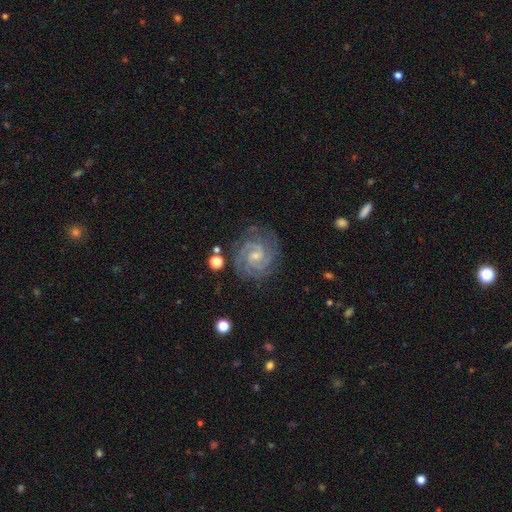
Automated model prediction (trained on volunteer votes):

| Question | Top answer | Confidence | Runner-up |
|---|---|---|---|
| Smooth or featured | featured or disk | 89% | star or artifact (6%) |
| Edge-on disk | no | 98% | yes (2%) |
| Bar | weak | 44% | no (43%) |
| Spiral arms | yes | 98% | no (2%) |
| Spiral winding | tight | 73% | medium (25%) |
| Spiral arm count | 2 | 54% | 3 (22%) |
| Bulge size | small | 66% | moderate (28%) |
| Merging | none | 79% | minor disturbance (14%) |